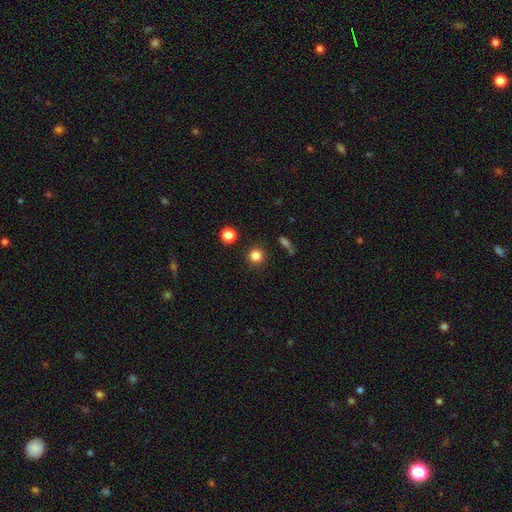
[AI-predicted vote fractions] A smooth galaxy with no disk features (83%) that is round (93%).

Vote fractions:
- Smooth or featured? smooth: 83% / star or artifact: 13% / featured or disk: 4%
- How rounded? round: 93% / in between: 6% / cigar-shaped: 1%
- Merging? none: 87% / minor disturbance: 7% / merger: 3% / major disturbance: 3%